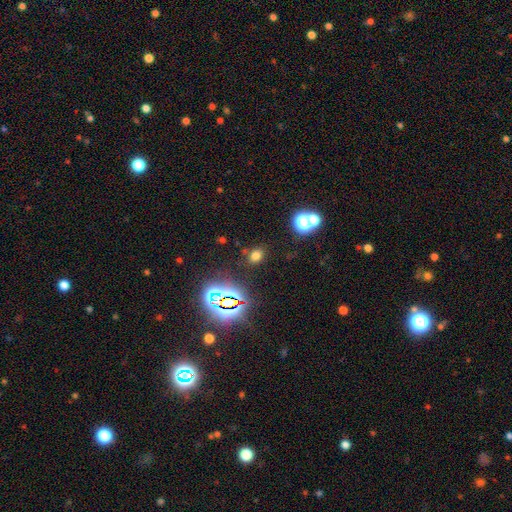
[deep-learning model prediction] Smooth or featured?
  - smooth: 66% *
  - star or artifact: 27%
  - featured or disk: 7%
How rounded?
  - in between: 49% * (tied)
  - round: 49% * (tied)
  - cigar-shaped: 1%
Merging?
  - none: 79% *
  - minor disturbance: 11%
  - merger: 5%
  - major disturbance: 4%